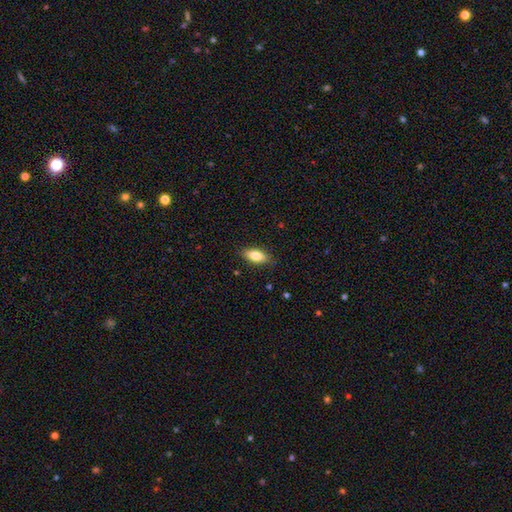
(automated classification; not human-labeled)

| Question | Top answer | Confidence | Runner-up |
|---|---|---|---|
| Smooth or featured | smooth | 80% | featured or disk (13%) |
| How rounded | in between | 84% | cigar-shaped (13%) |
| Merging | none | 85% | minor disturbance (12%) |